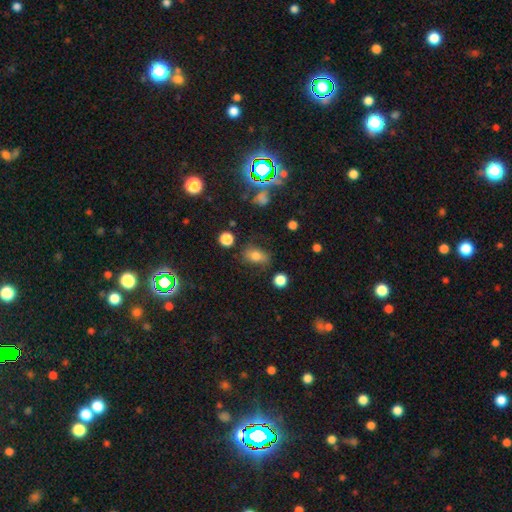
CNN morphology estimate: type=smooth (71%); roundness=in between (76%); merging=none (66%).